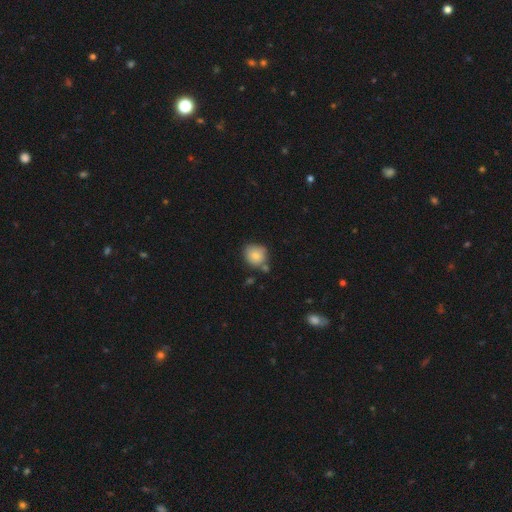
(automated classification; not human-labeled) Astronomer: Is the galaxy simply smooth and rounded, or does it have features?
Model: smooth — 82%.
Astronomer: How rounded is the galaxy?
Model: round — 82%.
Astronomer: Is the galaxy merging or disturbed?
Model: none — 66%.